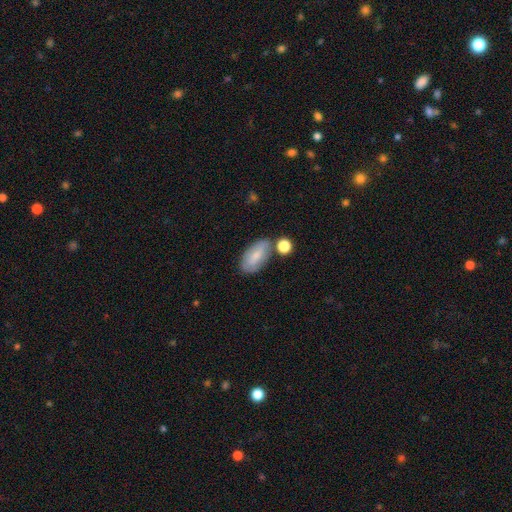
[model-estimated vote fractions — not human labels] Morphology: type=smooth (71%); roundness=in between (91%); merging=none (63%).